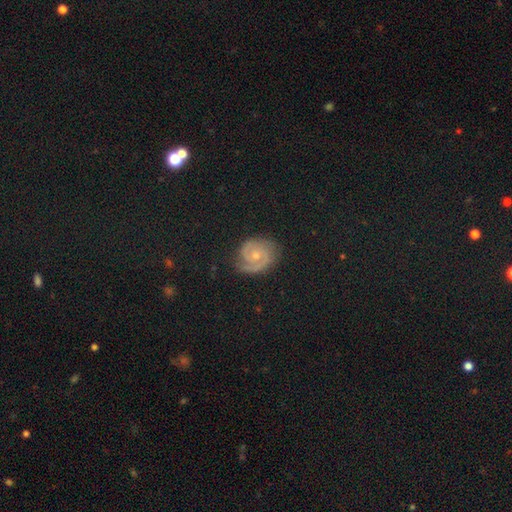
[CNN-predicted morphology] A featured or disk galaxy (84%) with no bar (72%), 2 (80%) tight (56%) spiral arms (97%) and a small central bulge (55%).

Vote fractions:
- Smooth or featured? featured or disk: 84% / smooth: 10% / star or artifact: 7%
- Edge-on disk? no: 98% / yes: 2%
- Bar? no: 72% / weak: 24% / strong: 4%
- Spiral arms? yes: 97% / no: 3%
- Spiral winding? tight: 56% / medium: 37% / loose: 8%
- Spiral arm count? 2: 80% / 1: 6% / can't tell: 6% / 3: 5% / 4: 2% / more than 4: 2%
- Bulge size? small: 55% / moderate: 41% / none: 2% / large: 1% / dominant: 1%
- Merging? none: 77% / minor disturbance: 17% / major disturbance: 5% / merger: 1%